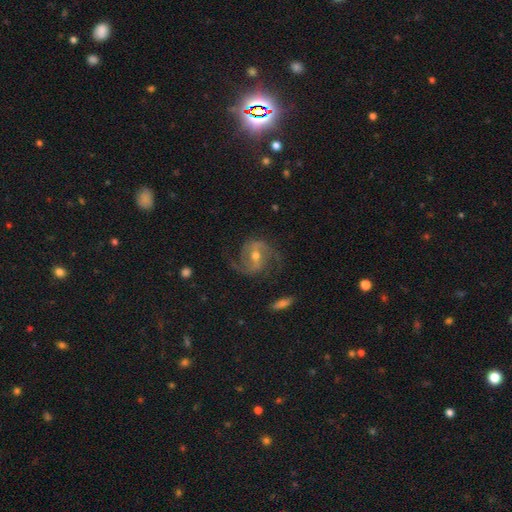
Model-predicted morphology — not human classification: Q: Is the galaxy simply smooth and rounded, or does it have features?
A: featured or disk — 88%.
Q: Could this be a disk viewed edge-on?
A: no — 97%.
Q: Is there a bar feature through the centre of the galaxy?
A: weak — 44%.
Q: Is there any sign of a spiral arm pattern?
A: yes — 97%.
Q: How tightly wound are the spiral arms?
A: medium — 54%.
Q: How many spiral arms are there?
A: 2 — 87%.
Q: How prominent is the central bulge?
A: moderate — 65%.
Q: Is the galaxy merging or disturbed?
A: none — 75%.